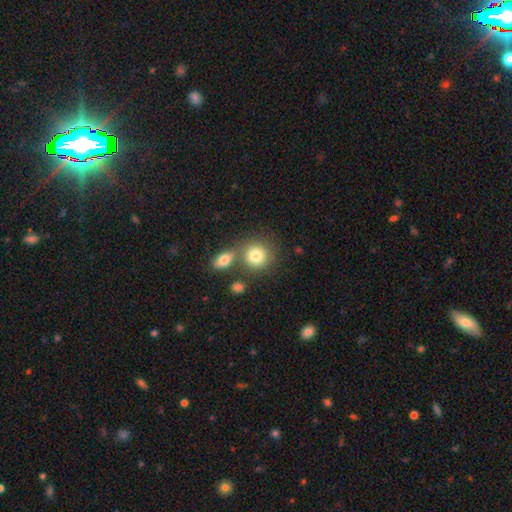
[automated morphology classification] Smooth or featured: smooth — 81% (featured or disk — 10%)
How rounded: round — 84% (in between — 15%)
Merging: none — 59% (merger — 26%)